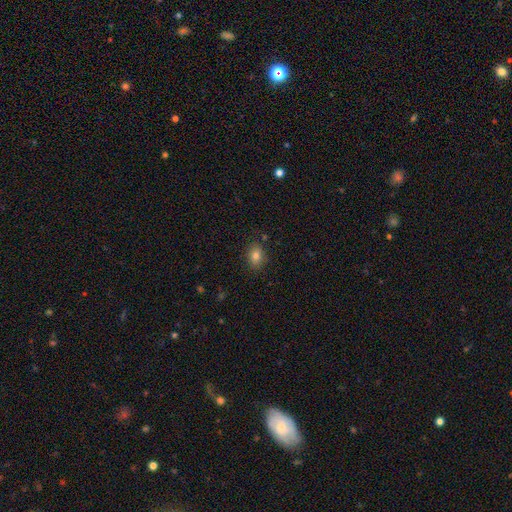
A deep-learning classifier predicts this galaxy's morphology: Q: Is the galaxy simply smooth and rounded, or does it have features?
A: smooth — 81%.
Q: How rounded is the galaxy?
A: in between — 69%.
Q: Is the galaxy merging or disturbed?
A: none — 84%.